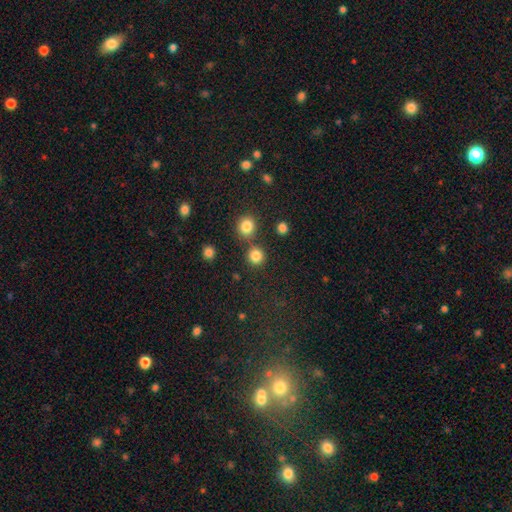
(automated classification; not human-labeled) This appears to be a smooth galaxy with no disk features (83%) that is round (91%). Merging: none (76%).